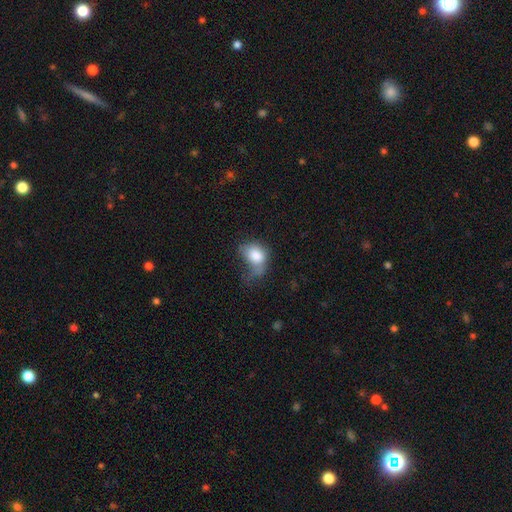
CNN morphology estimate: Q: Smooth or featured?
A: smooth (79%); runner-up: featured or disk (13%)
Q: How rounded?
A: in between (70%); runner-up: round (28%)
Q: Merging?
A: major disturbance (40%); runner-up: minor disturbance (28%)